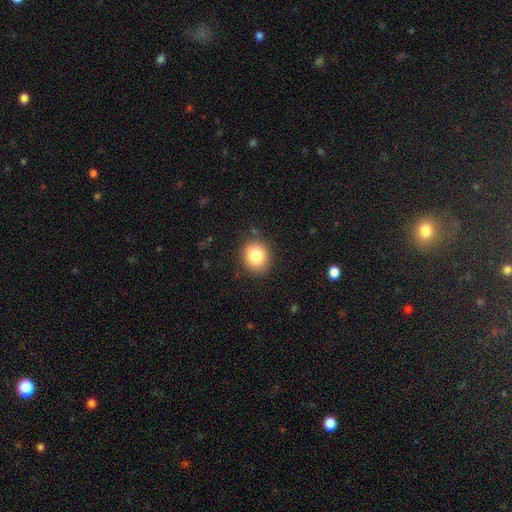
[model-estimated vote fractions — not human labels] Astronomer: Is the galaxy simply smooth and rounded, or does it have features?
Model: smooth — 82%.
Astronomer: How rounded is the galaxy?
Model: round — 79%.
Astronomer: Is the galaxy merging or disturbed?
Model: none — 86%.